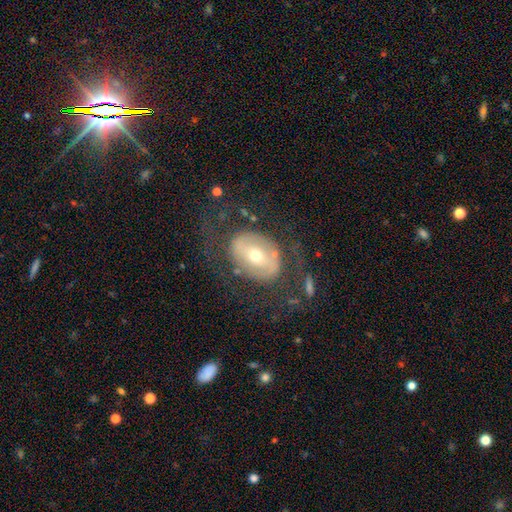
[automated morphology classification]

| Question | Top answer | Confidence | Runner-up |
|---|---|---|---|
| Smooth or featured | featured or disk | 66% | smooth (25%) |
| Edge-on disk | no | 94% | yes (6%) |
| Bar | no | 50% | weak (29%) |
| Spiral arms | no | 52% | yes (48%) |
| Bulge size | moderate | 57% | small (36%) |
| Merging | none | 61% | major disturbance (22%) |